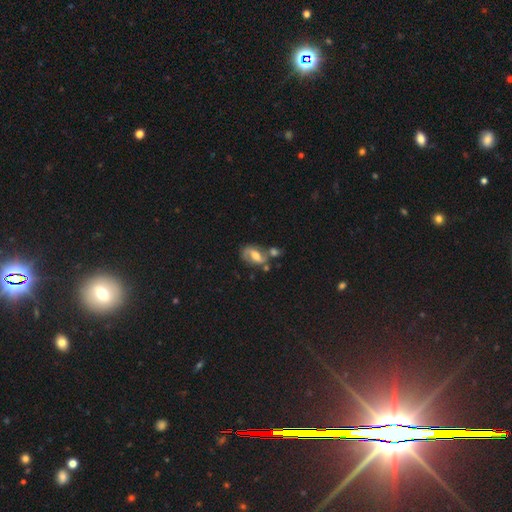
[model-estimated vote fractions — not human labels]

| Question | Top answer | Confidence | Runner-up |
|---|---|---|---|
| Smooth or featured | featured or disk | 56% | smooth (35%) |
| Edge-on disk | no | 94% | yes (6%) |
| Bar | weak | 43% | no (32%) |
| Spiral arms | yes | 77% | no (23%) |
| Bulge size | moderate | 65% | large (15%) |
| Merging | none | 42% | merger (28%) |